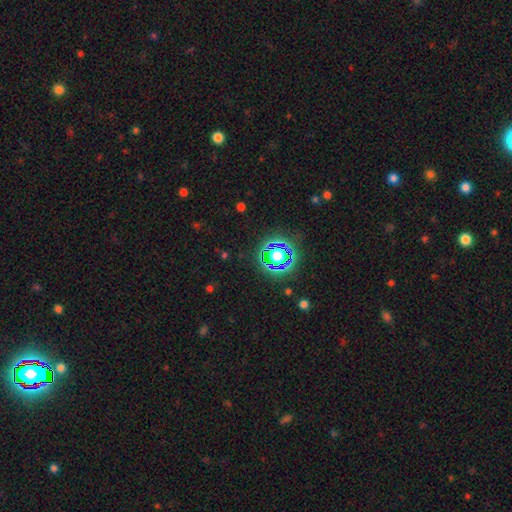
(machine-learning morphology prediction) star or artifact 77%, smooth 15%, featured or disk 8%.